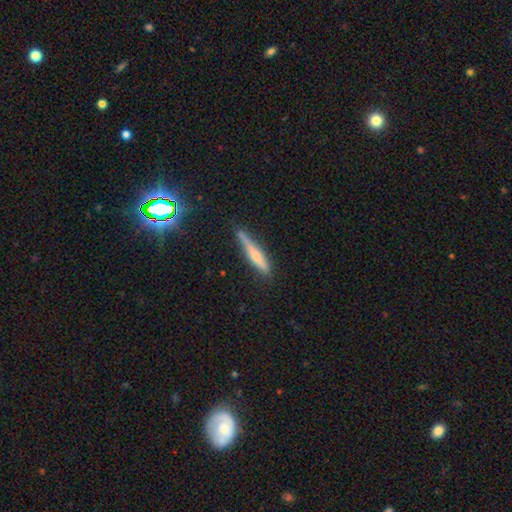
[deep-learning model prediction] smooth_or_featured: smooth (p=0.55) [alt: featured or disk p=0.38]
how_rounded: cigar-shaped (p=0.91) [alt: in between p=0.07]
merging: none (p=0.73) [alt: minor disturbance p=0.20]